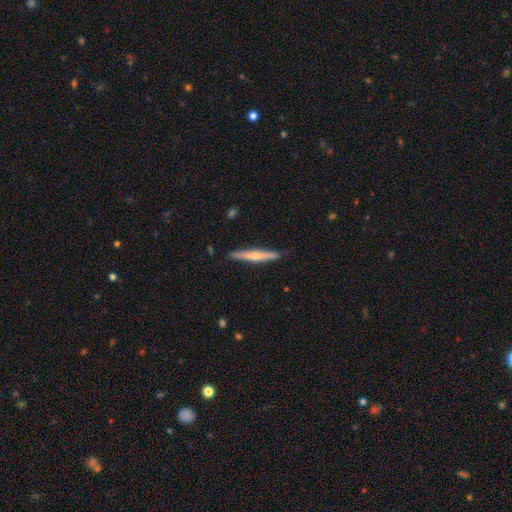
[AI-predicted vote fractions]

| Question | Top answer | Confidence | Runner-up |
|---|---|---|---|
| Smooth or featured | smooth | 48% | featured or disk (47%) |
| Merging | none | 88% | minor disturbance (9%) |